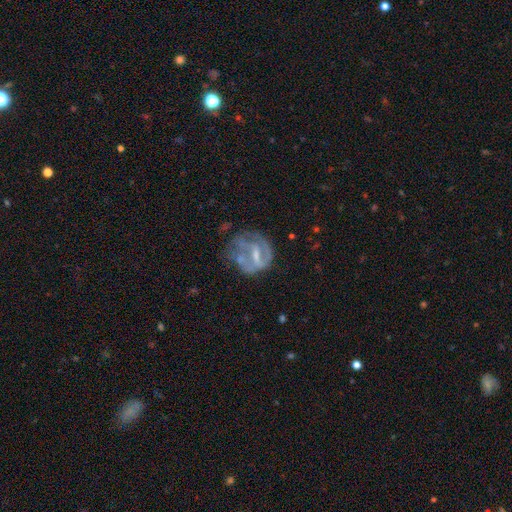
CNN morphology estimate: The model was most divided on "spiral arms" (2-way tie): yes: 50%, no: 50%. Remaining: edge-on disk — no (97%); smooth or featured — featured or disk (66%); bar — weak (46%); merging — none (37%); bulge size — small (35%).